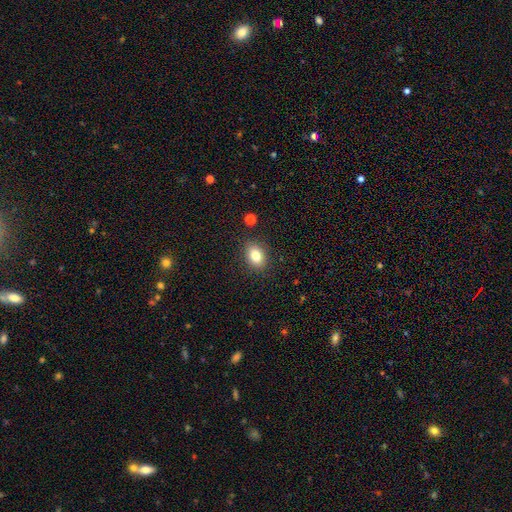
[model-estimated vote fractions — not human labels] Smooth or featured?
  - smooth: 82% *
  - star or artifact: 9%
  - featured or disk: 9%
How rounded?
  - in between: 76% *
  - round: 23%
  - cigar-shaped: 1%
Merging?
  - none: 86% *
  - minor disturbance: 9%
  - major disturbance: 3%
  - merger: 2%